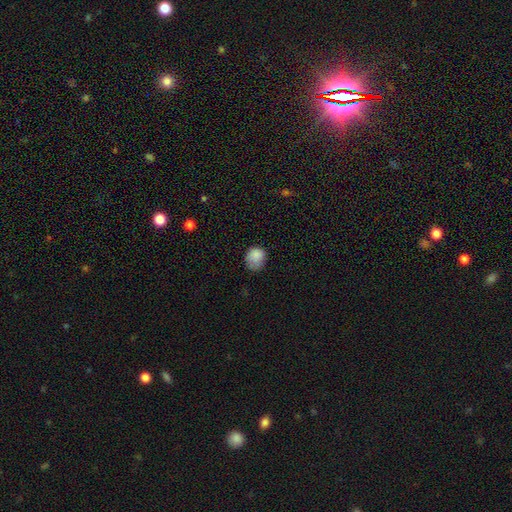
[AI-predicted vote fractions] A smooth galaxy with no disk features (84%) that is round (65%). Merging: none (53%).